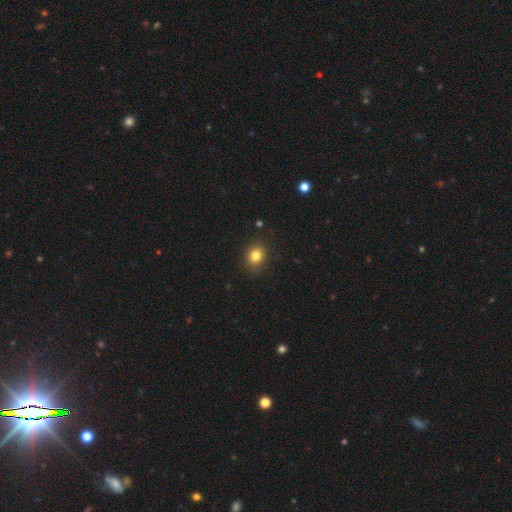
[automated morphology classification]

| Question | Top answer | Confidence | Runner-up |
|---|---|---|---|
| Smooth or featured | smooth | 82% | star or artifact (12%) |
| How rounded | round | 57% | in between (42%) |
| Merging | none | 88% | minor disturbance (9%) |